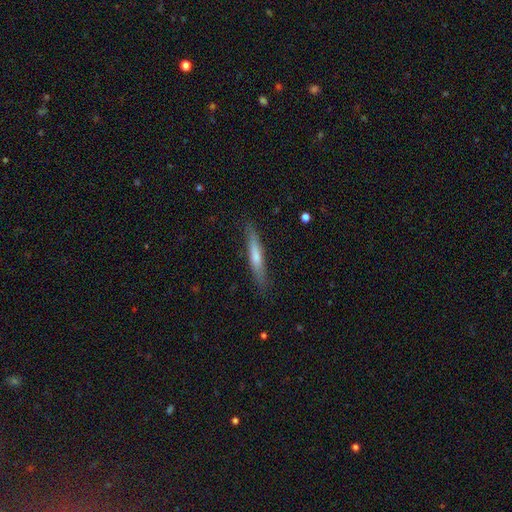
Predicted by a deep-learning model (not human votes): This is possibly a smooth galaxy (53%). How rounded: clearly cigar-shaped (93%). Merging: clearly none (86%).